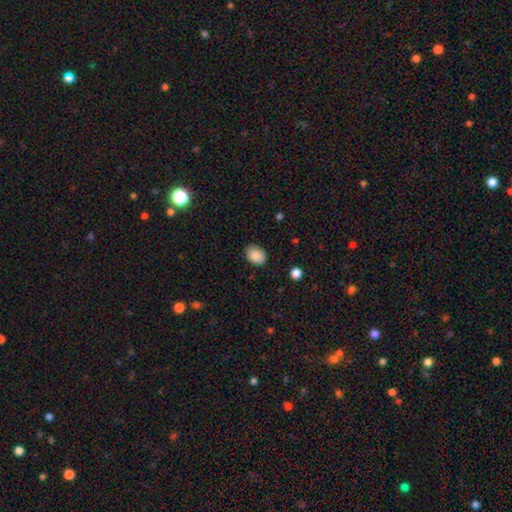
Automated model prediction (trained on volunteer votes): smooth_or_featured: smooth (p=0.88) [alt: star or artifact p=0.08]
how_rounded: in between (p=0.61) [alt: round p=0.38]
merging: none (p=0.80) [alt: minor disturbance p=0.15]